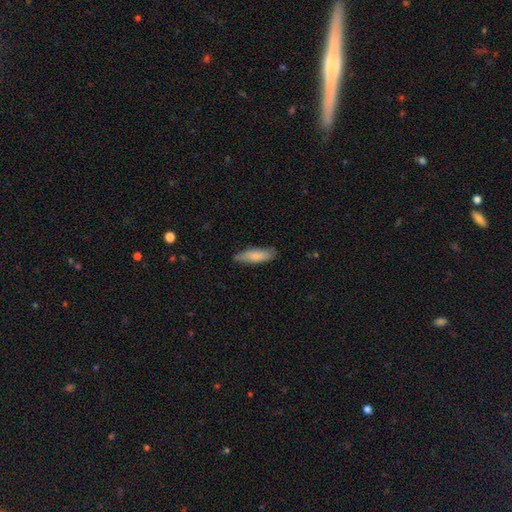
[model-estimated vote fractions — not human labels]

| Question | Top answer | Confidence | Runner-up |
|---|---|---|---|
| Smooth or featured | smooth | 81% | featured or disk (14%) |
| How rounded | cigar-shaped | 57% | in between (41%) |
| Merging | none | 79% | minor disturbance (17%) |